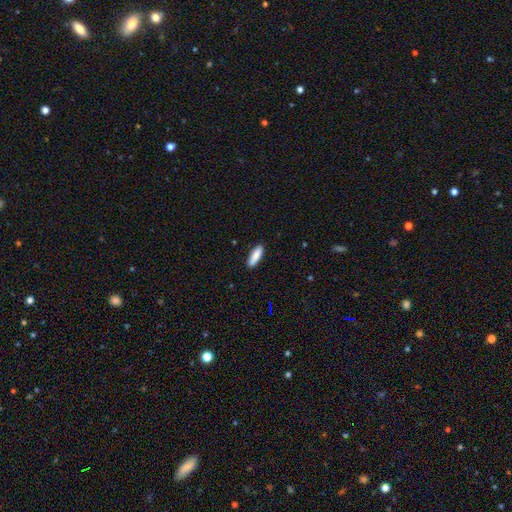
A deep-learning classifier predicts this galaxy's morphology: This appears to be a smooth galaxy with no disk features (86%) that is in between round and cigar-shaped (50%). Merging: none (88%).